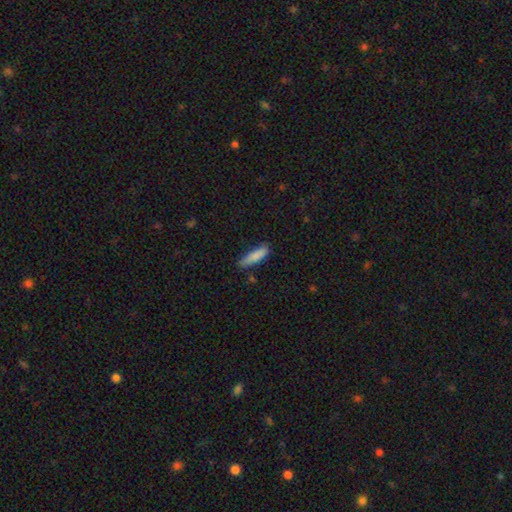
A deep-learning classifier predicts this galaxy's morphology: This appears to be a smooth galaxy with no disk features (85%) that is cigar-shaped (70%). Merging: none (76%).